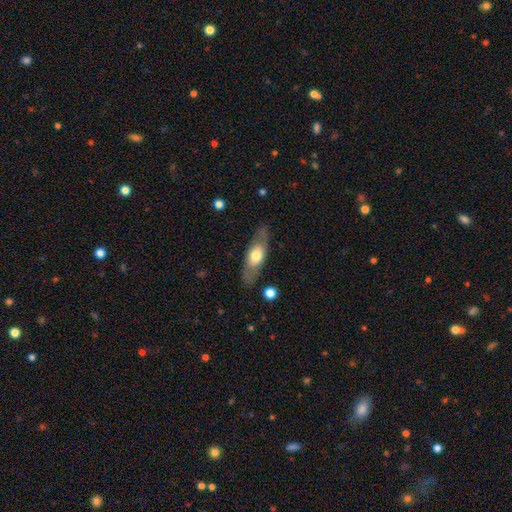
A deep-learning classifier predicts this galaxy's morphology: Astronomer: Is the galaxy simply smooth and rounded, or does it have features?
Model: smooth — 48% (runner-up: featured or disk, 47%).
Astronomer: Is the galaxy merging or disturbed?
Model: none — 78%.